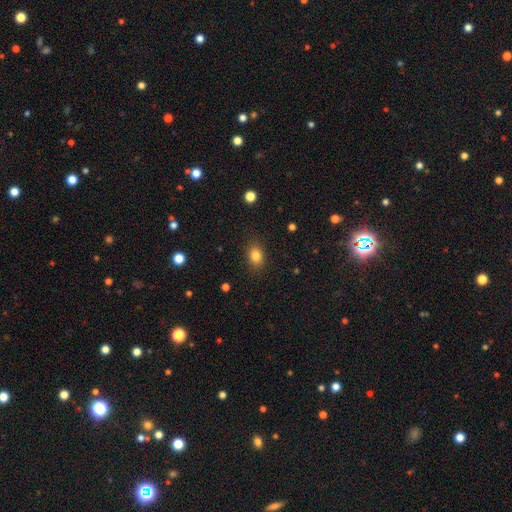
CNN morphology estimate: This is clearly a smooth galaxy (83%). How rounded: likely in between (63%). Merging: clearly none (86%).